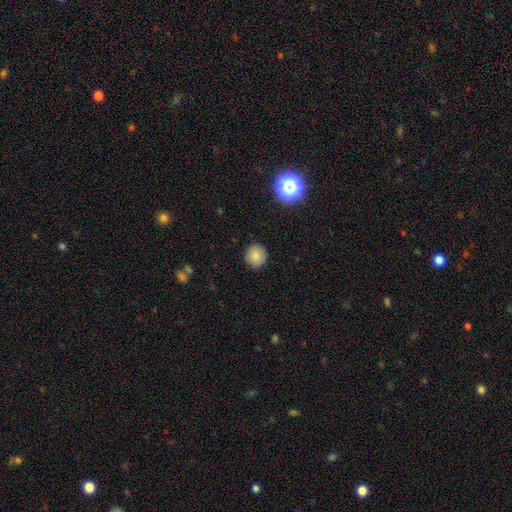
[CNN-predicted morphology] Smooth or featured? smooth (83%)
How rounded? round (91%)
Merging? none (90%)